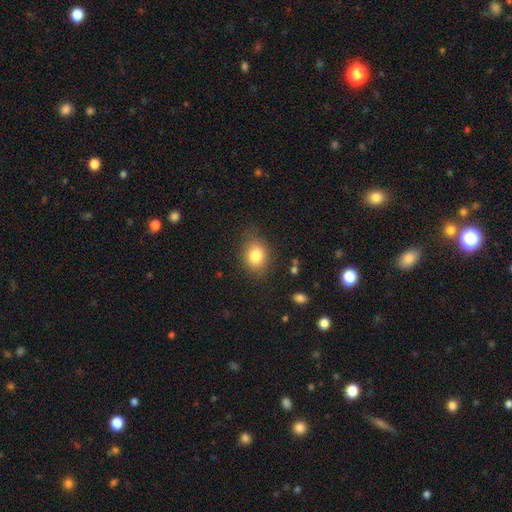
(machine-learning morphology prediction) Q: Smooth or featured?
A: smooth (82%); runner-up: star or artifact (10%)
Q: How rounded?
A: round (52%); runner-up: in between (47%)
Q: Merging?
A: none (79%); runner-up: minor disturbance (15%)